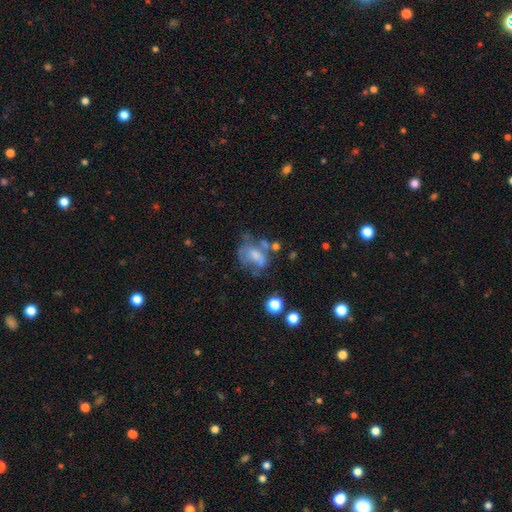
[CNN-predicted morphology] smooth_or_featured: smooth (p=0.47) [alt: featured or disk p=0.41]
merging: major disturbance (p=0.33) [alt: none p=0.27]